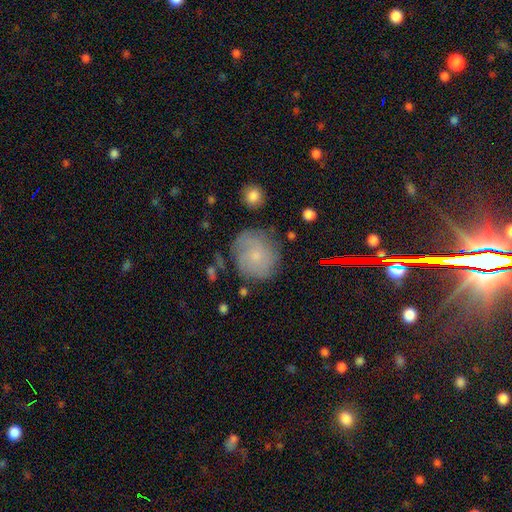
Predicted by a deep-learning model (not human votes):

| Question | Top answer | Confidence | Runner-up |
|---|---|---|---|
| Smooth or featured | smooth | 46% | featured or disk (42%) |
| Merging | none | 70% | minor disturbance (20%) |